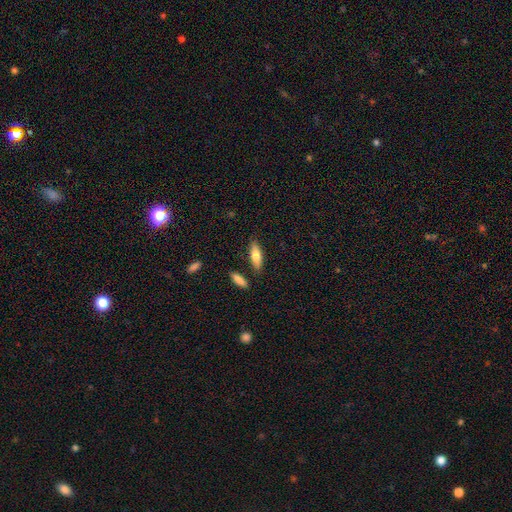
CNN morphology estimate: smooth_or_featured: smooth (p=0.71) [alt: featured or disk p=0.23]
how_rounded: in between (p=0.55) [alt: cigar-shaped p=0.43]
merging: none (p=0.82) [alt: minor disturbance p=0.11]